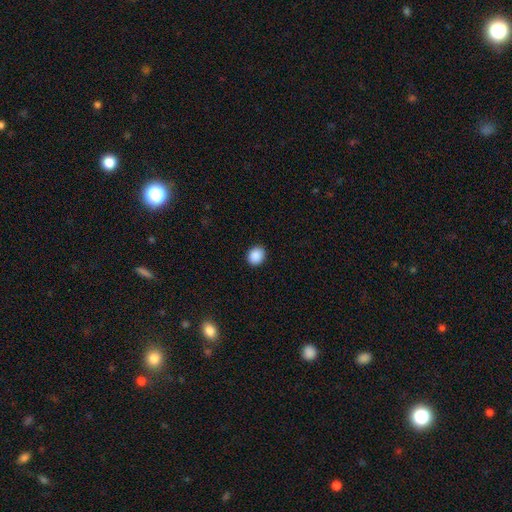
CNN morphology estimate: Smooth or featured? Predicted: smooth (p=0.90). How rounded? Predicted: round (p=0.62). Merging? Predicted: none (p=0.92).